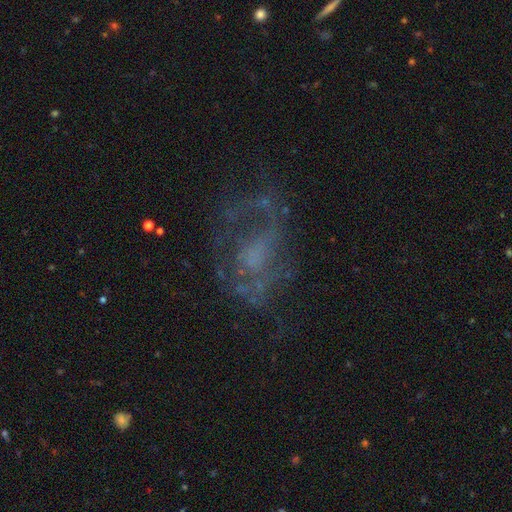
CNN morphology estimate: Smooth or featured: featured or disk — 69% (star or artifact — 16%)
Edge-on disk: no — 96% (yes — 4%)
Bar: no — 65% (weak — 29%)
Spiral arms: yes — 61% (no — 39%)
Bulge size: none — 38% (small — 29%)
Merging: none — 56% (major disturbance — 24%)